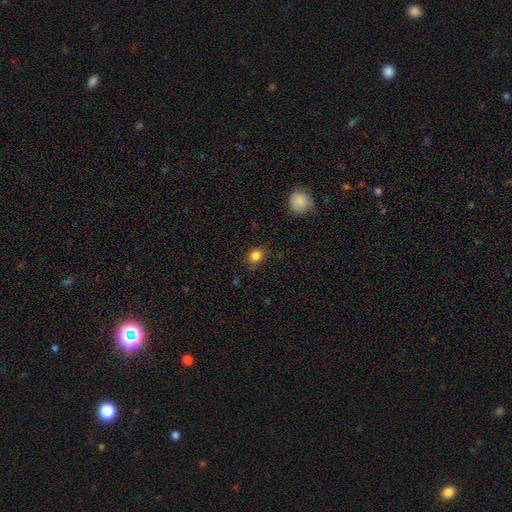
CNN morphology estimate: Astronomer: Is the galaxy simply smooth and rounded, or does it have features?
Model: smooth — 85%.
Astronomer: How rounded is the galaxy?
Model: round — 56% (runner-up: in between, 43%).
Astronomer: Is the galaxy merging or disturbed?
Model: none — 81%.